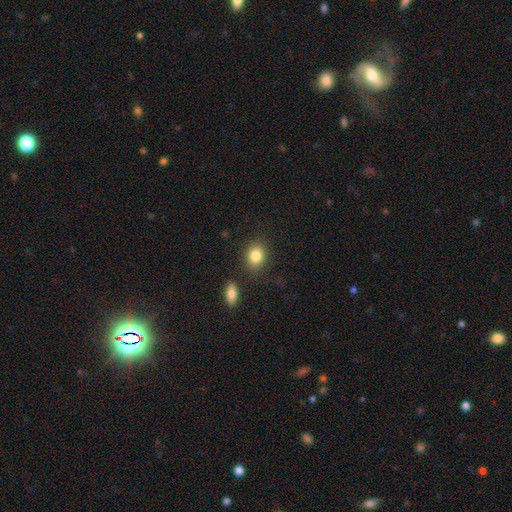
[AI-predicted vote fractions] A smooth galaxy with no disk features (84%) that is in between round and cigar-shaped (53%).

Vote fractions:
- Smooth or featured? smooth: 84% / star or artifact: 9% / featured or disk: 7%
- How rounded? in between: 53% / round: 46% / cigar-shaped: 1%
- Merging? none: 84% / minor disturbance: 9% / merger: 4% / major disturbance: 3%